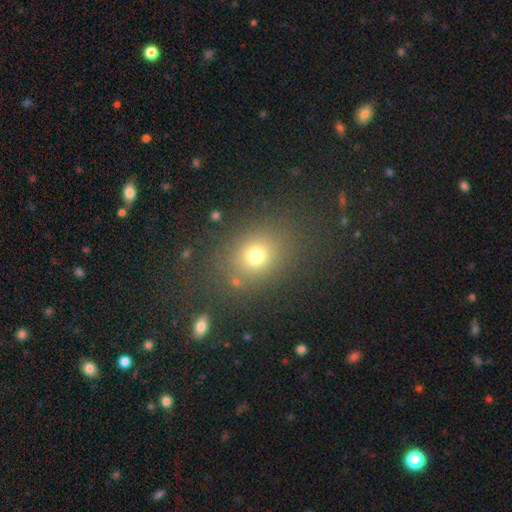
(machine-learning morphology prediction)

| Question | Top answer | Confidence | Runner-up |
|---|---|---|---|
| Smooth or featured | smooth | 73% | star or artifact (18%) |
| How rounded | round | 58% | in between (41%) |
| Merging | none | 80% | minor disturbance (11%) |